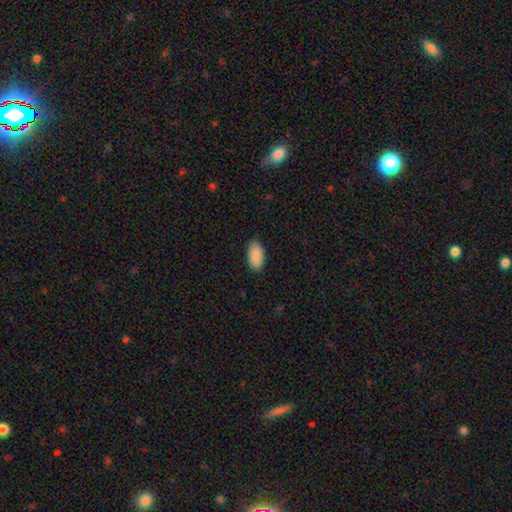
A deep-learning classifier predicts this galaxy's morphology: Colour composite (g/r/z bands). It shows a smooth galaxy with no disk features (91%) that is in between round and cigar-shaped (95%). Merging: none (87%).